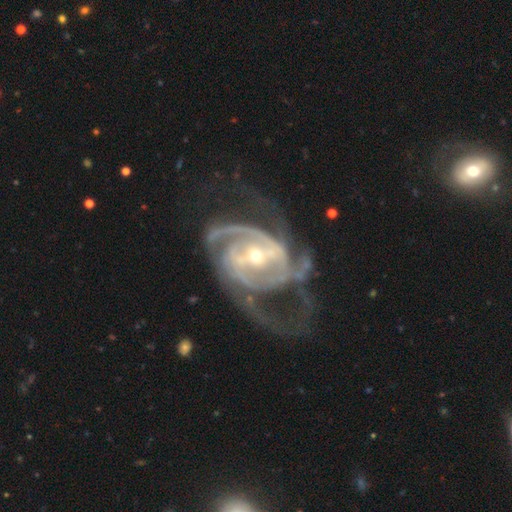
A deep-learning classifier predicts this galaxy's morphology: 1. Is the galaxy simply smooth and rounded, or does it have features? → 91% featured or disk, 5% star or artifact, 4% smooth.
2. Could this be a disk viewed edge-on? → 97% no, 3% yes.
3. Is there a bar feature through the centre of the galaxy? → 44% strong, 35% weak, 22% no.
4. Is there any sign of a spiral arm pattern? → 97% yes, 3% no.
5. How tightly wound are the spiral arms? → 50% medium, 37% tight, 14% loose.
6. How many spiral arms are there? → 47% 2, 25% 3, 12% can't tell, 7% 4, 5% 1, 4% more than 4.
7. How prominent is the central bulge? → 66% small, 30% moderate, 2% large, 1% none, 1% dominant.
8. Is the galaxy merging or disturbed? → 43% none, 37% major disturbance, 17% minor disturbance, 3% merger.